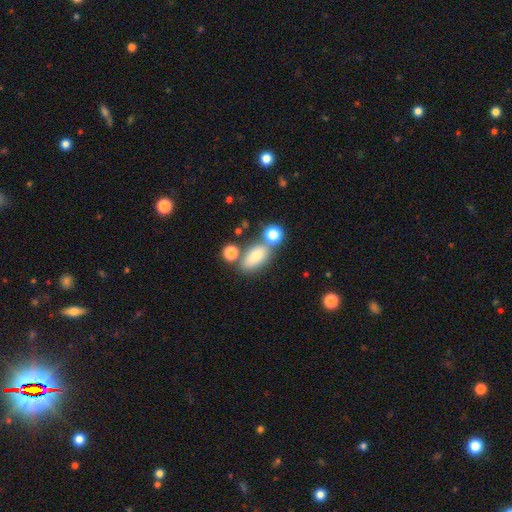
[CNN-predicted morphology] A smooth galaxy with no disk features (75%) that is in between round and cigar-shaped (82%). Merging: none (58%).